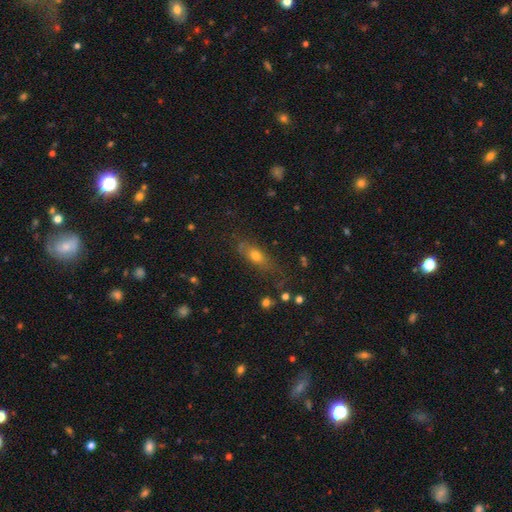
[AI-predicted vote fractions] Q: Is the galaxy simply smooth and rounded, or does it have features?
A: smooth — 62%.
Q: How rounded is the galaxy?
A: in between — 65%.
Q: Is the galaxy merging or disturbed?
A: none — 61%.